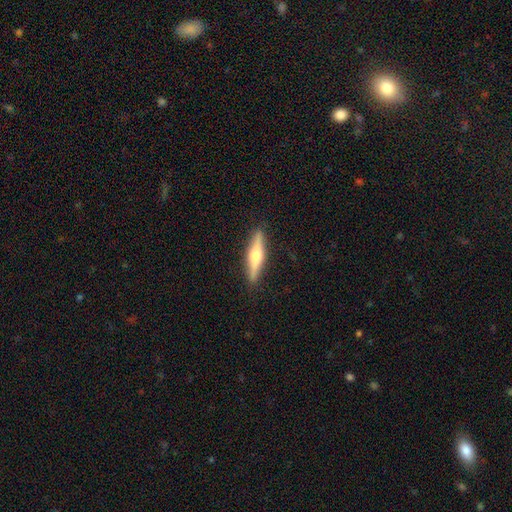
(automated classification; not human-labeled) Smooth or featured? featured or disk (60%)
Edge-on disk? yes (97%)
Edge-on bulge? rounded (89%)
Merging? none (90%)